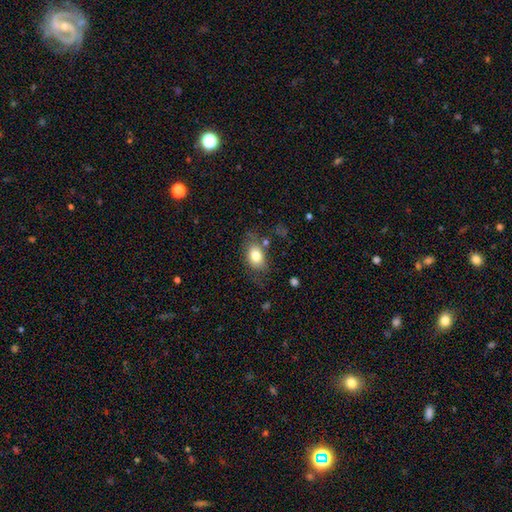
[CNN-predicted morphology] Smooth or featured?
  - smooth: 79% *
  - featured or disk: 13%
  - star or artifact: 8%
How rounded?
  - in between: 79% *
  - round: 19%
  - cigar-shaped: 2%
Merging?
  - none: 67% *
  - minor disturbance: 20%
  - major disturbance: 8%
  - merger: 5%